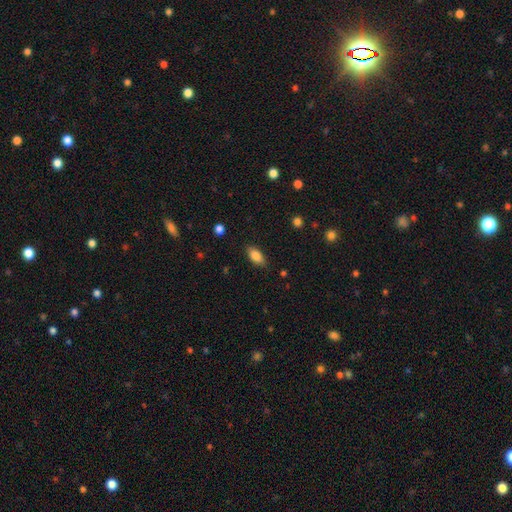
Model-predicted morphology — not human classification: smooth_or_featured: smooth (p=0.85) [alt: star or artifact p=0.07]
how_rounded: in between (p=0.87) [alt: cigar-shaped p=0.10]
merging: none (p=0.85) [alt: minor disturbance p=0.11]